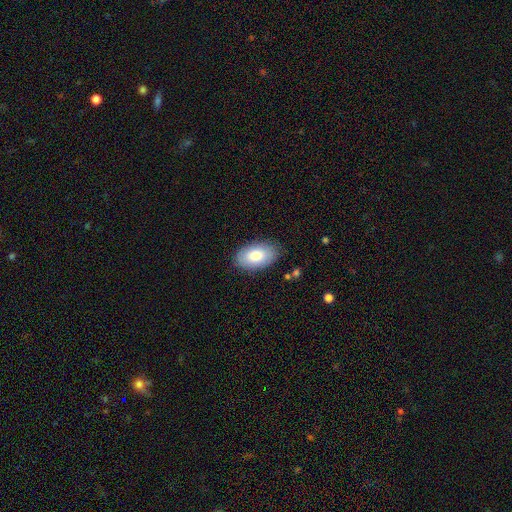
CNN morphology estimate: The model was most divided on "smooth or featured": smooth: 79%, featured or disk: 14%, star or artifact: 6%. More confident: how rounded — in between (94%); merging — none (85%).